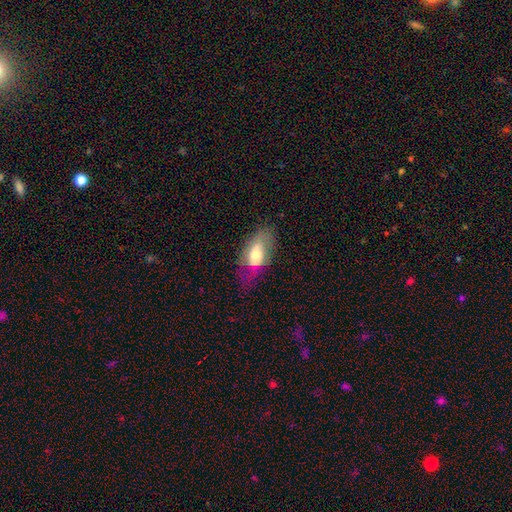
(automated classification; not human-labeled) Smooth or featured?
  - smooth: 56% *
  - featured or disk: 37%
  - star or artifact: 7%
How rounded?
  - in between: 89% *
  - cigar-shaped: 6%
  - round: 5%
Merging?
  - none: 59% *
  - minor disturbance: 26%
  - major disturbance: 13%
  - merger: 2%